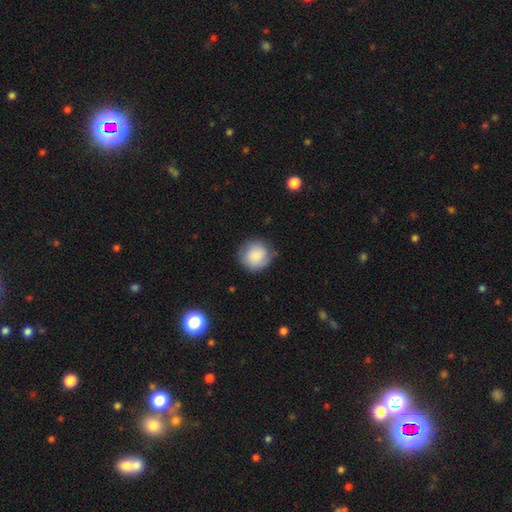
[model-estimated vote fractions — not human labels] smooth-or-featured: smooth: 86% | featured or disk: 7% | star or artifact: 7%
  how-rounded: round: 92% | in between: 7% | cigar-shaped: 1%
  merging: none: 77% | minor disturbance: 17% | major disturbance: 4% | merger: 2%